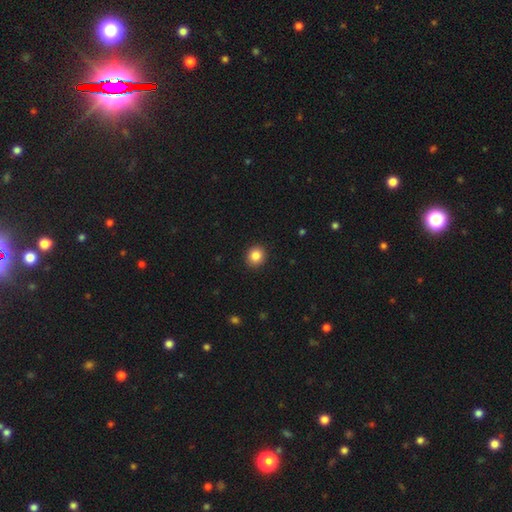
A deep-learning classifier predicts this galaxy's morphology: A smooth galaxy with no disk features (85%) that is round (83%). Merging: none (92%).